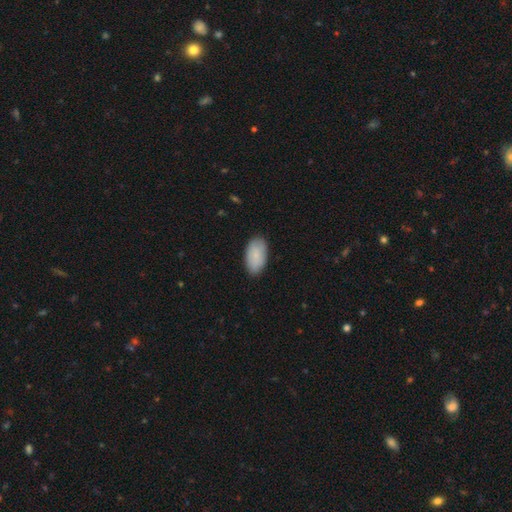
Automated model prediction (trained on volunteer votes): smooth_or_featured: smooth (p=0.87) [alt: featured or disk p=0.08]
how_rounded: in between (p=0.95) [alt: round p=0.03]
merging: none (p=0.85) [alt: minor disturbance p=0.11]